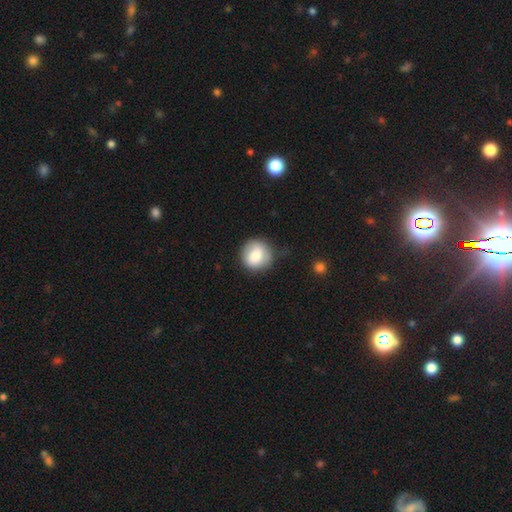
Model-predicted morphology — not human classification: A smooth galaxy with no disk features (78%) that is round (92%).

Vote fractions:
- Smooth or featured? smooth: 78% / featured or disk: 15% / star or artifact: 7%
- How rounded? round: 92% / in between: 7% / cigar-shaped: 1%
- Merging? none: 74% / minor disturbance: 19% / major disturbance: 5% / merger: 2%